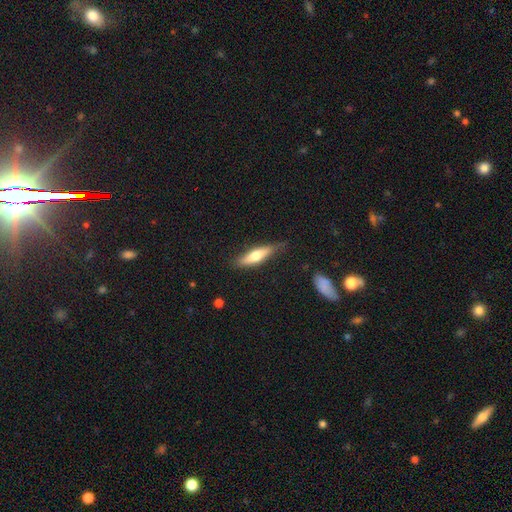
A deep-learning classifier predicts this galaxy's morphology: The model was most divided on "smooth or featured": smooth: 54%, featured or disk: 40%, star or artifact: 6%. More confident: merging — none (76%); how rounded — cigar-shaped (71%).